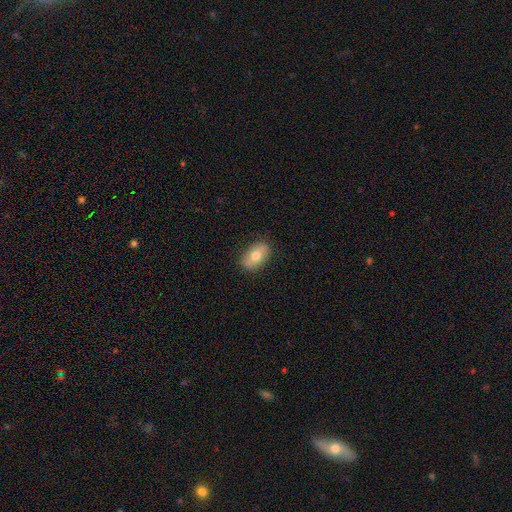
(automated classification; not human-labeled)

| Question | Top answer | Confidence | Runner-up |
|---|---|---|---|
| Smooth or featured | smooth | 69% | featured or disk (25%) |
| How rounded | in between | 90% | round (8%) |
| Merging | none | 86% | minor disturbance (11%) |